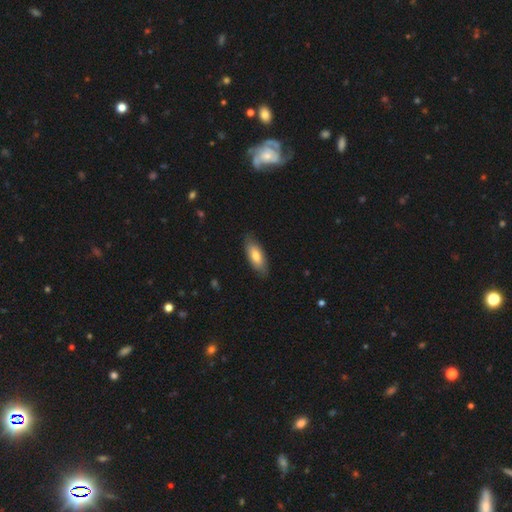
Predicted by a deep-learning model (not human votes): A smooth galaxy with no disk features (76%) that is in between round and cigar-shaped (77%).

Vote fractions:
- Smooth or featured? smooth: 76% / featured or disk: 19% / star or artifact: 6%
- How rounded? in between: 77% / cigar-shaped: 21% / round: 2%
- Merging? none: 83% / minor disturbance: 14% / major disturbance: 3% / merger: 1%